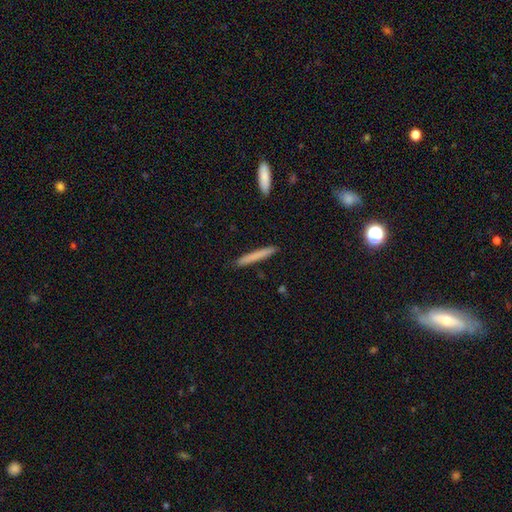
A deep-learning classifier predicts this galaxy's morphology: smooth_or_featured: smooth (p=0.74) [alt: featured or disk p=0.20]
how_rounded: cigar-shaped (p=0.96) [alt: in between p=0.03]
merging: none (p=0.90) [alt: minor disturbance p=0.07]